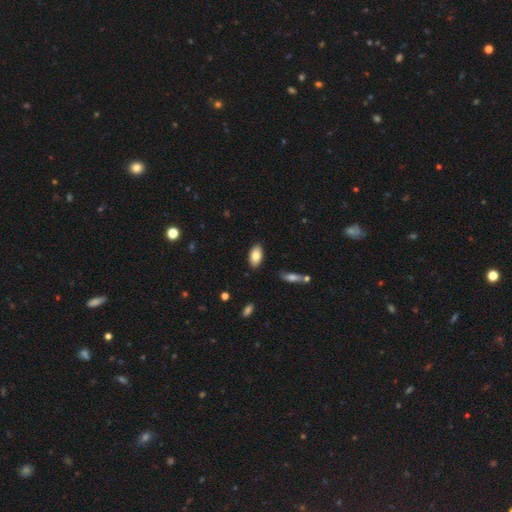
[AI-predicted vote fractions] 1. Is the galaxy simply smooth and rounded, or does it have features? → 82% smooth, 11% featured or disk, 7% star or artifact.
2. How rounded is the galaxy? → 93% in between, 4% cigar-shaped, 3% round.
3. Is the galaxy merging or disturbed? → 87% none, 9% minor disturbance, 2% major disturbance, 2% merger.